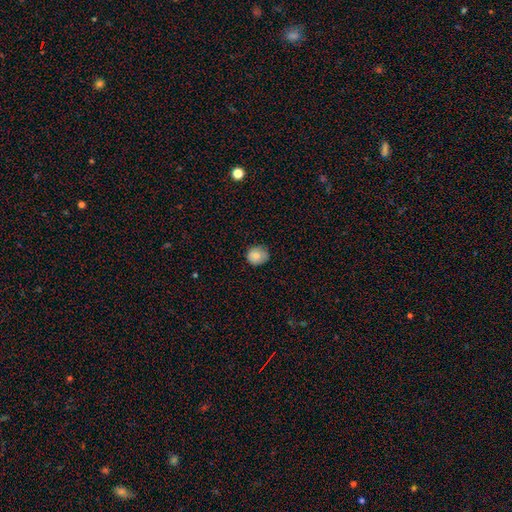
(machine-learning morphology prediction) Smooth or featured: smooth — 82% (featured or disk — 9%)
How rounded: round — 82% (in between — 17%)
Merging: none — 75% (minor disturbance — 21%)